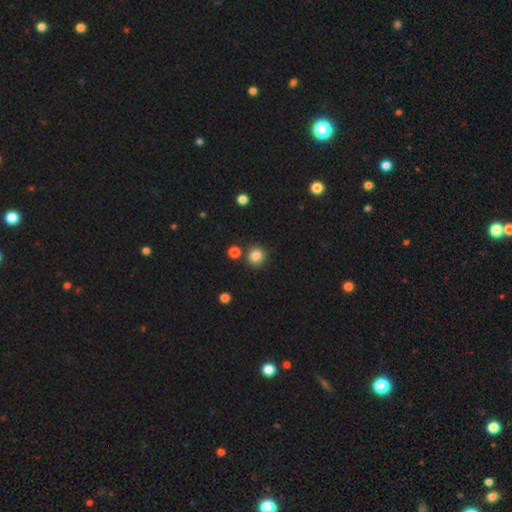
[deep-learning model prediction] This is clearly a smooth galaxy (85%). How rounded: clearly round (92%). Merging: clearly none (84%).